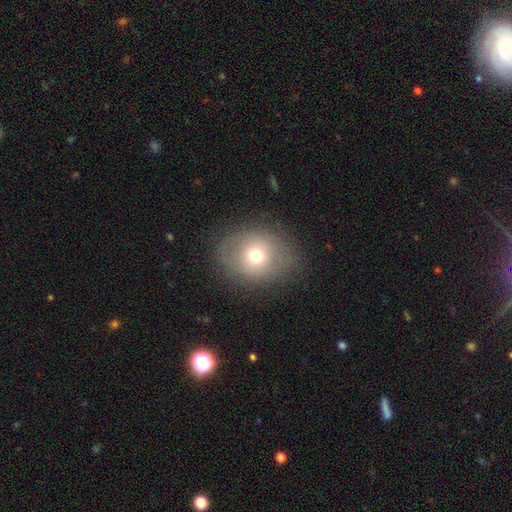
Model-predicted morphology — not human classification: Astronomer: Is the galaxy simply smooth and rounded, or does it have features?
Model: smooth — 68%.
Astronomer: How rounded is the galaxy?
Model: round — 57% (runner-up: in between, 42%).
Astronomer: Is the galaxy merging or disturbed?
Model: none — 79%.